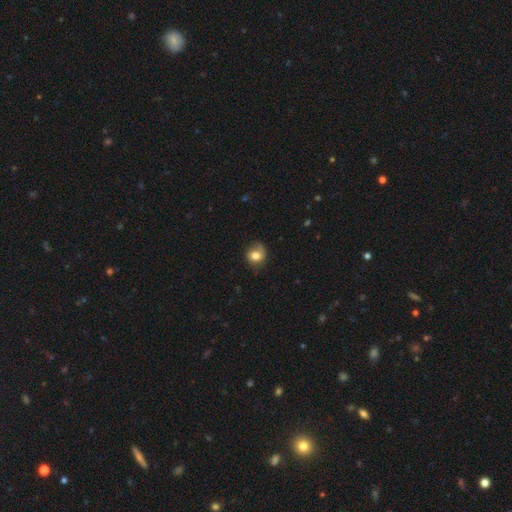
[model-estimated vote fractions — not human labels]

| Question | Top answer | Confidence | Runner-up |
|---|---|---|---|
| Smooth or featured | smooth | 74% | featured or disk (16%) |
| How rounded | round | 66% | in between (33%) |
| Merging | none | 56% | minor disturbance (30%) |